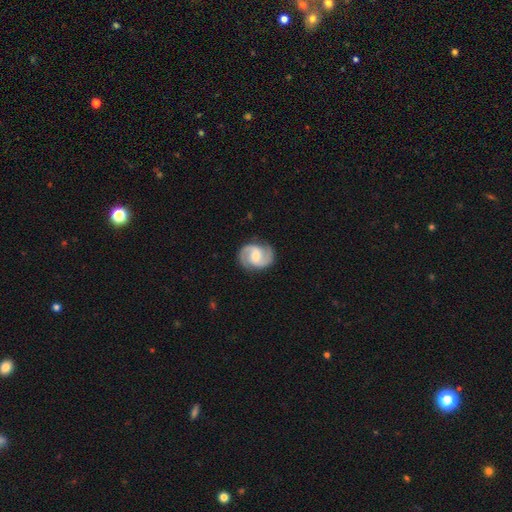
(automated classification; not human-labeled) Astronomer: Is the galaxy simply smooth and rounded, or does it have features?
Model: featured or disk — 87%.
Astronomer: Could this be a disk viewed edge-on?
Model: no — 98%.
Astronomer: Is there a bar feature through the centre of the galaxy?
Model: weak — 52% (runner-up: no, 29%).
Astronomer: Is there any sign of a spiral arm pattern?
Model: yes — 97%.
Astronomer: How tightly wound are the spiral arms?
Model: medium — 56%.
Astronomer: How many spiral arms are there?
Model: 2 — 93%.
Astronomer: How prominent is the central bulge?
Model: moderate — 61%.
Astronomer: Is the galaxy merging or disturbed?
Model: none — 85%.